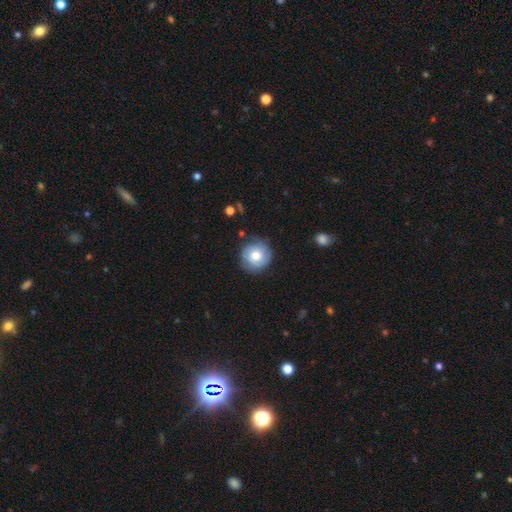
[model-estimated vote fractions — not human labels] This is likely a smooth galaxy (62%). How rounded: clearly round (93%). Merging: likely none (78%).